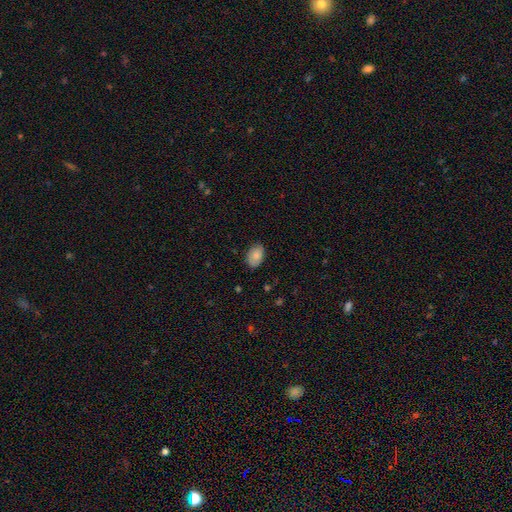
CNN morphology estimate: The model was most divided on "merging": none: 81%, minor disturbance: 15%, major disturbance: 3%, merger: 1%. More confident: how rounded — in between (88%); smooth or featured — smooth (83%).